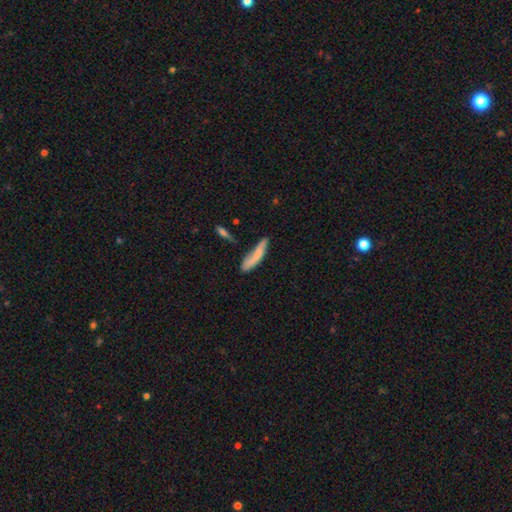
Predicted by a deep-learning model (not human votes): smooth_or_featured: smooth (p=0.67) [alt: featured or disk p=0.25]
how_rounded: cigar-shaped (p=0.82) [alt: in between p=0.16]
merging: none (p=0.48) [alt: minor disturbance p=0.28]